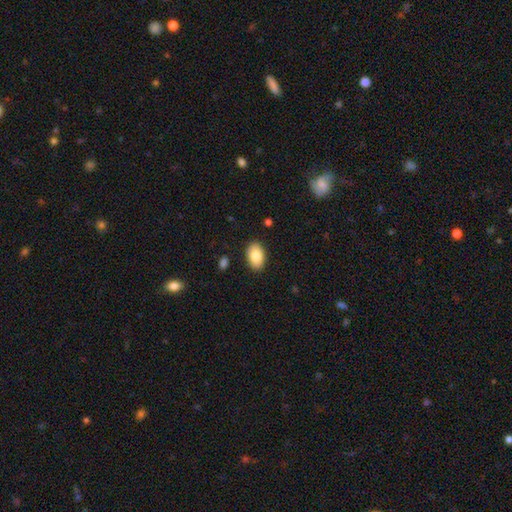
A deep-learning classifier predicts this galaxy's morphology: A smooth galaxy with no disk features (85%) that is in between round and cigar-shaped (92%).

Vote fractions:
- Smooth or featured? smooth: 85% / featured or disk: 8% / star or artifact: 7%
- How rounded? in between: 92% / round: 7% / cigar-shaped: 1%
- Merging? none: 89% / minor disturbance: 8% / major disturbance: 2% / merger: 1%